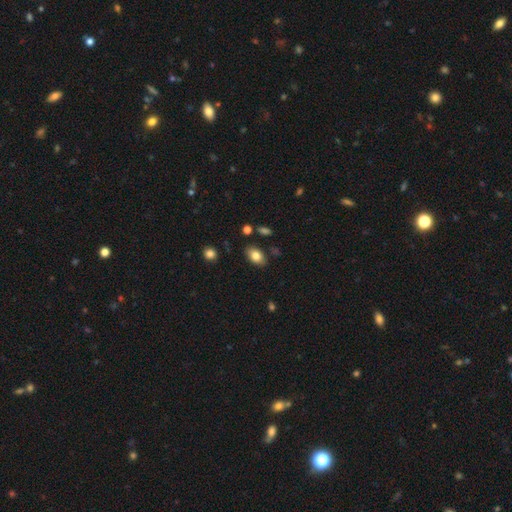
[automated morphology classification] Q: Smooth or featured?
A: smooth (82%); runner-up: featured or disk (10%)
Q: How rounded?
A: in between (88%); runner-up: round (10%)
Q: Merging?
A: none (83%); runner-up: minor disturbance (11%)